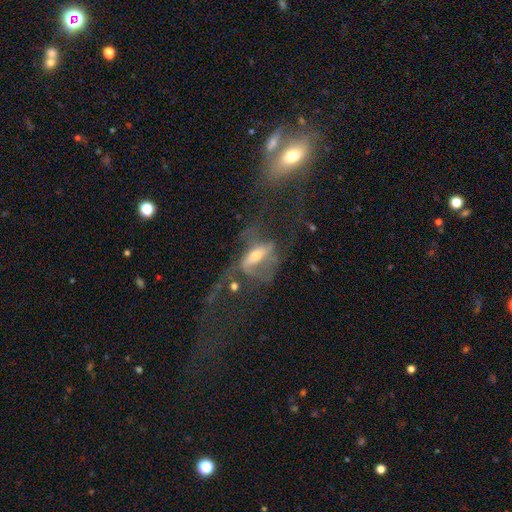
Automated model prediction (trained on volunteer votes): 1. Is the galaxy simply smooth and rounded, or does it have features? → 66% featured or disk, 21% smooth, 13% star or artifact.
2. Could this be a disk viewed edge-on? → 81% no, 19% yes.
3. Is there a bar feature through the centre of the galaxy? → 35% weak, 33% strong, 32% no.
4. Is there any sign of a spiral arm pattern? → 59% yes, 41% no.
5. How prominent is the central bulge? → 53% moderate, 31% small, 9% large, 4% none, 2% dominant.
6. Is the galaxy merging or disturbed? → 51% major disturbance, 26% none, 13% minor disturbance, 10% merger.